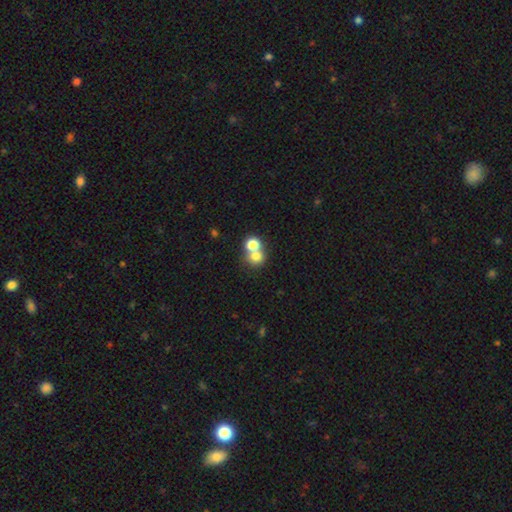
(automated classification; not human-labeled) This is likely a smooth galaxy (74%). How rounded: likely round (80%). Merging: possibly merger (51%).